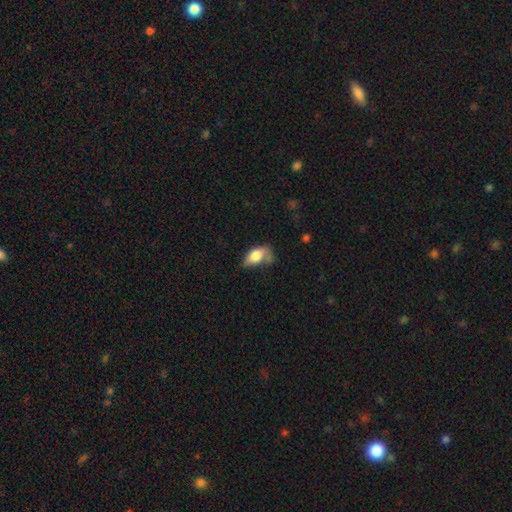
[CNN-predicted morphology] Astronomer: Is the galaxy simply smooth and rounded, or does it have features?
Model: smooth — 74%.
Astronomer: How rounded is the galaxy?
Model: in between — 90%.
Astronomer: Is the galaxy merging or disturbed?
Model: minor disturbance — 35% (runner-up: none, 29%).